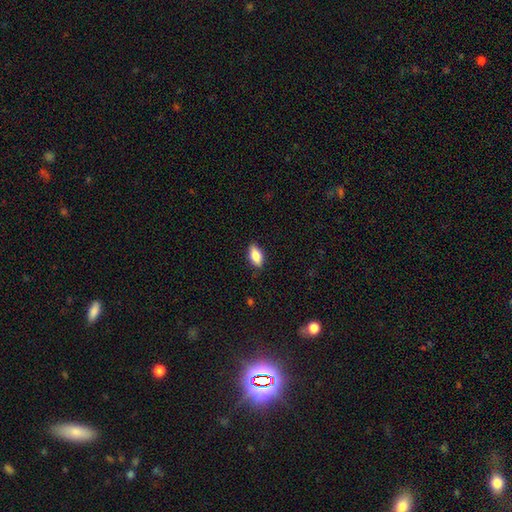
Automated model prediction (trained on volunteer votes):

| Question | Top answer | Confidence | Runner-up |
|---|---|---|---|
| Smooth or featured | smooth | 81% | featured or disk (12%) |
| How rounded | in between | 87% | cigar-shaped (9%) |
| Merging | none | 85% | minor disturbance (11%) |